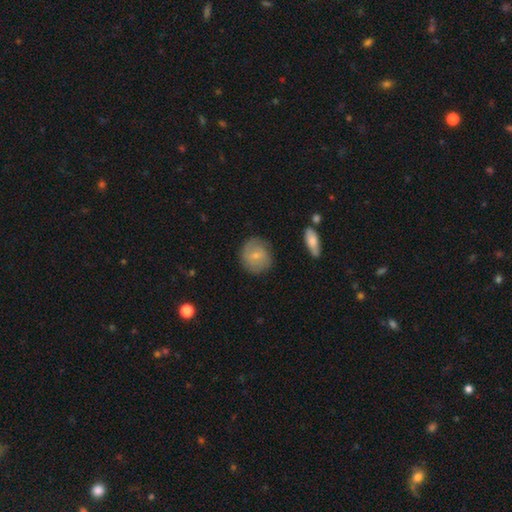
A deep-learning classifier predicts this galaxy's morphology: Smooth or featured? Predicted: smooth (p=0.63). How rounded? Predicted: round (p=0.84). Merging? Predicted: none (p=0.78).